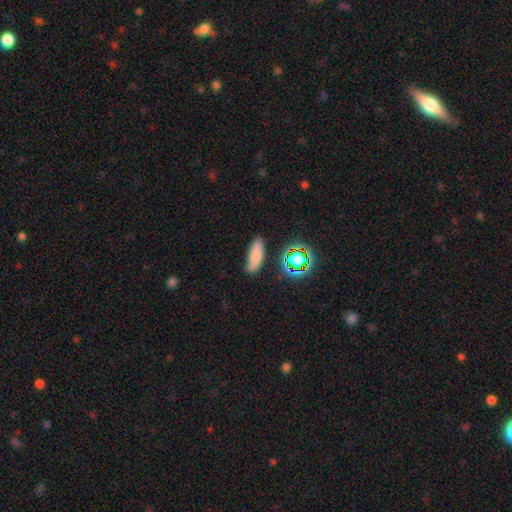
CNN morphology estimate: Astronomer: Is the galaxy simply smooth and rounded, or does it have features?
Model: smooth — 75%.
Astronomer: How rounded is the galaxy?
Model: in between — 60% (runner-up: cigar-shaped, 36%).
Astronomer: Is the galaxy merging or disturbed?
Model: none — 79%.